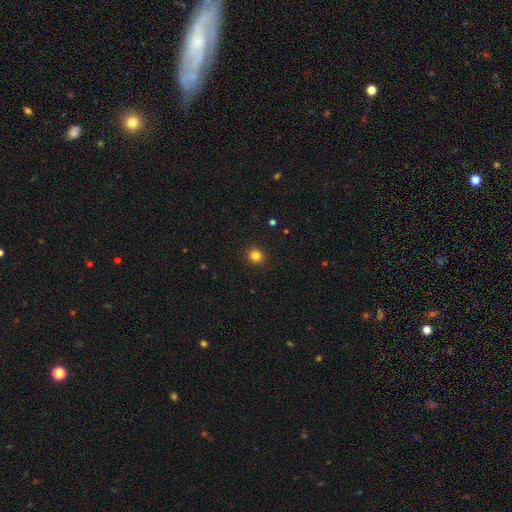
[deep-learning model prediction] The model was most divided on "how rounded": round: 83%, in between: 16%, cigar-shaped: 1%. More confident: merging — none (92%); smooth or featured — smooth (83%).